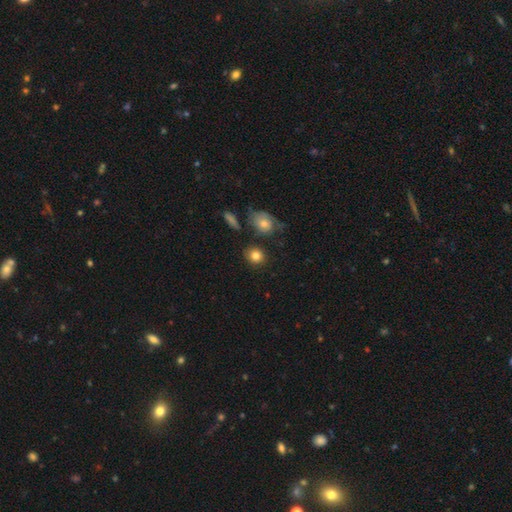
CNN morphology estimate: smooth 82%, star or artifact 9%, featured or disk 9%. Down the decision tree: how rounded — round (75%); merging — none (79%).